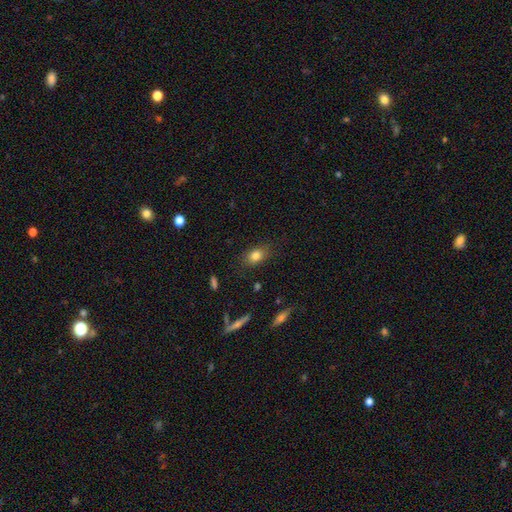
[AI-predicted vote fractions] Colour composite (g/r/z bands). It shows a smooth galaxy with no disk features (81%) that is in between round and cigar-shaped (71%). Merging: none (81%).